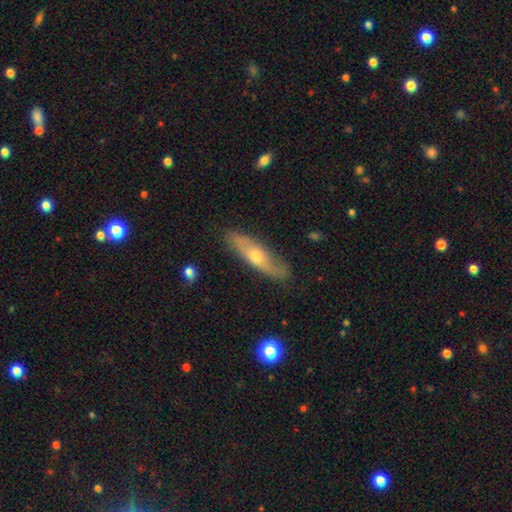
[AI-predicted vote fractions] featured or disk 56%, smooth 37%, star or artifact 7%. Down the decision tree: edge-on disk — yes (58%); merging — none (85%).